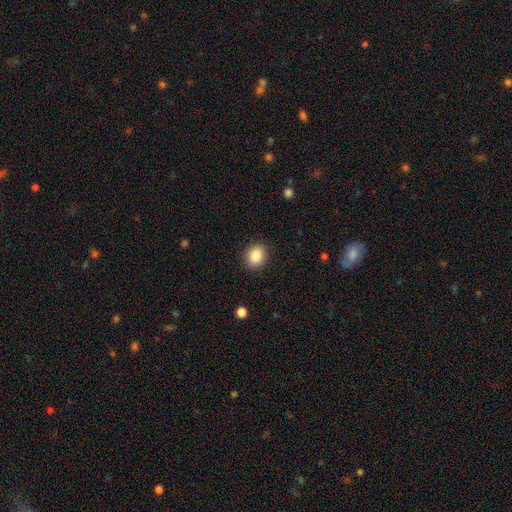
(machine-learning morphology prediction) A smooth galaxy with no disk features (86%) that is in between round and cigar-shaped (59%). Merging: none (89%).